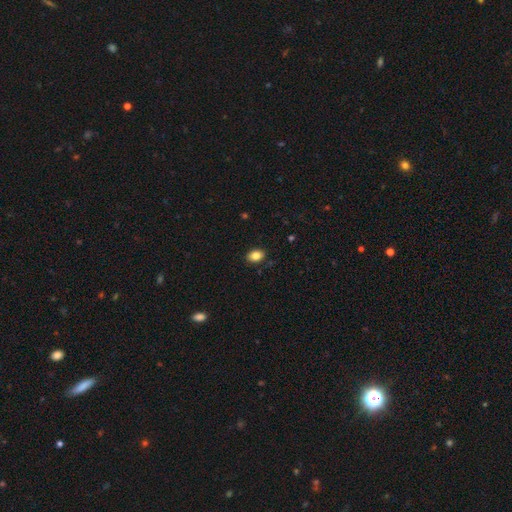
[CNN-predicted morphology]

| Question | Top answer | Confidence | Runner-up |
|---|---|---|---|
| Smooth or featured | smooth | 85% | star or artifact (9%) |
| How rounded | in between | 79% | round (20%) |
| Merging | none | 87% | minor disturbance (10%) |